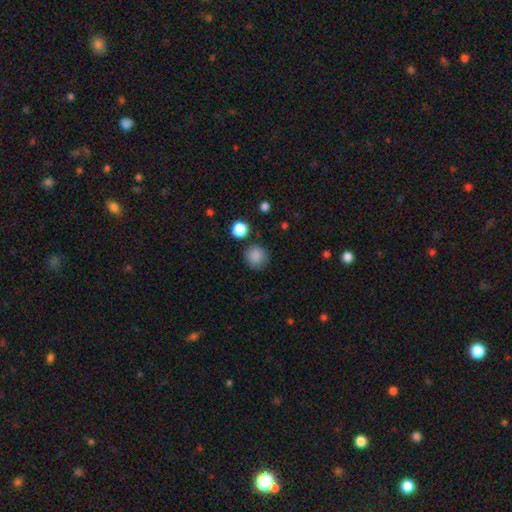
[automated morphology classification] Smooth or featured? Predicted: smooth (p=0.86). How rounded? Predicted: round (p=0.93). Merging? Predicted: none (p=0.84).